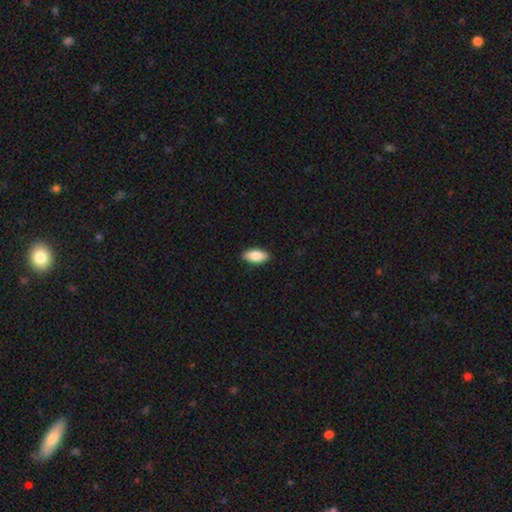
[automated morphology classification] A smooth galaxy with no disk features (84%) that is in between round and cigar-shaped (89%).

Vote fractions:
- Smooth or featured? smooth: 84% / featured or disk: 10% / star or artifact: 6%
- How rounded? in between: 89% / cigar-shaped: 9% / round: 3%
- Merging? none: 89% / minor disturbance: 9% / major disturbance: 2% / merger: 1%